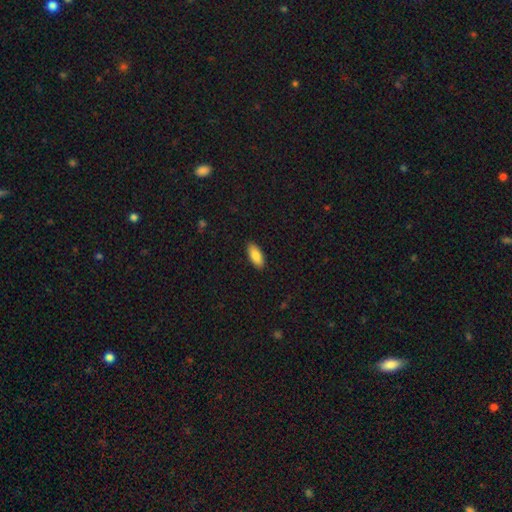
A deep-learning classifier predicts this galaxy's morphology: Smooth or featured? smooth (88%)
How rounded? in between (85%)
Merging? none (90%)